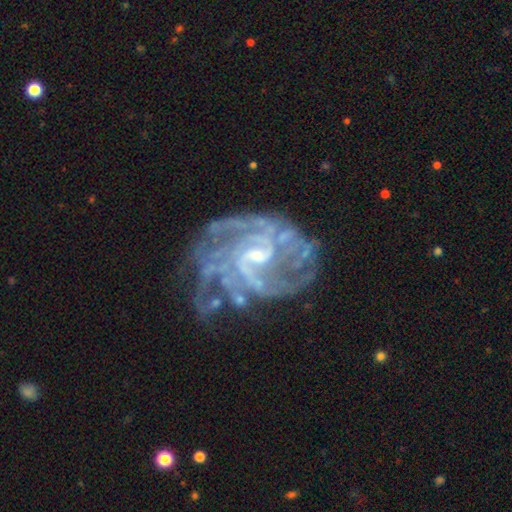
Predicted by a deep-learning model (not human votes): featured or disk 89%, star or artifact 7%, smooth 4%. Down the decision tree: edge-on disk — no (98%); bar — weak (57%); spiral arms — yes (95%); spiral arm count — can't tell (30%); spiral winding — tight (50%); bulge size — small (58%); merging — none (56%).